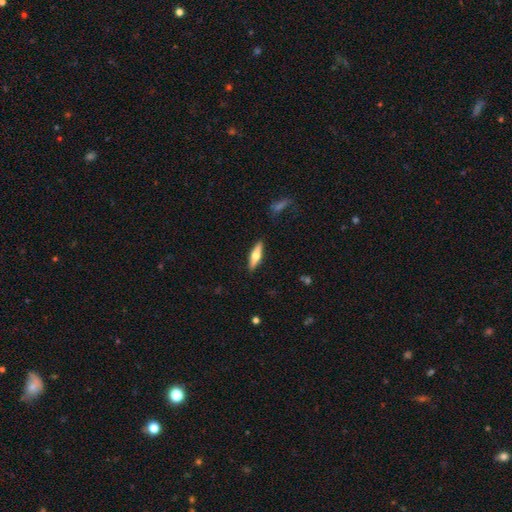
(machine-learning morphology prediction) Smooth or featured?
  - featured or disk: 51% *
  - smooth: 43%
  - star or artifact: 6%
Edge-on disk?
  - yes: 92% *
  - no: 8%
Merging?
  - none: 89% *
  - minor disturbance: 8%
  - major disturbance: 2%
  - merger: 1%